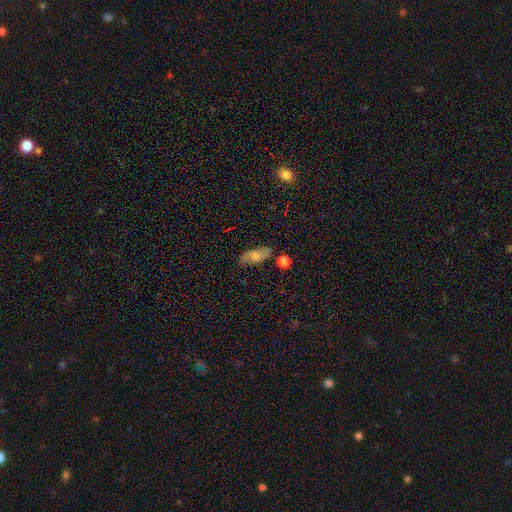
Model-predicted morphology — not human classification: smooth_or_featured: smooth (p=0.67) [alt: featured or disk p=0.24]
how_rounded: in between (p=0.82) [alt: cigar-shaped p=0.14]
merging: none (p=0.74) [alt: minor disturbance p=0.18]